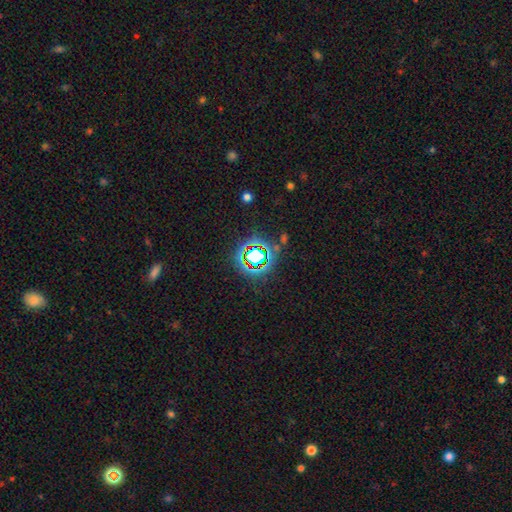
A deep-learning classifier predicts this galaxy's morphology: Smooth or featured? star or artifact (69%)